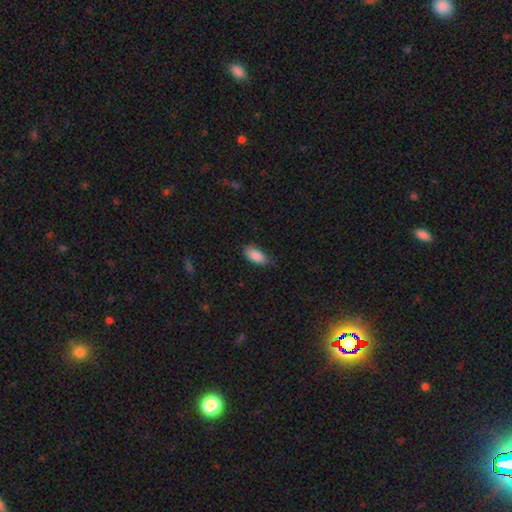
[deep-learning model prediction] Smooth or featured? smooth (87%)
How rounded? in between (90%)
Merging? none (75%)